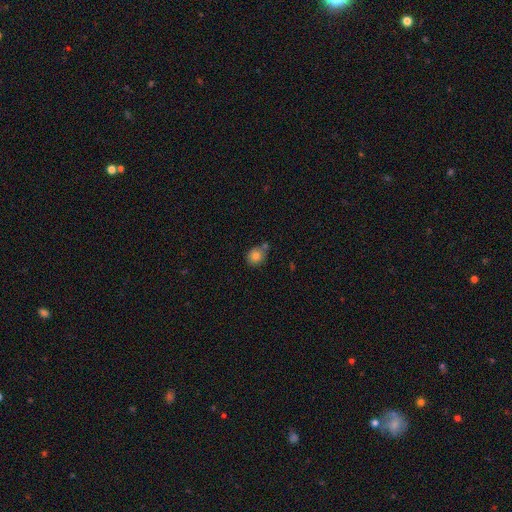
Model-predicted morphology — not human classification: Smooth or featured? Predicted: smooth (p=0.81). How rounded? Predicted: round (p=0.72). Merging? Predicted: none (p=0.65).